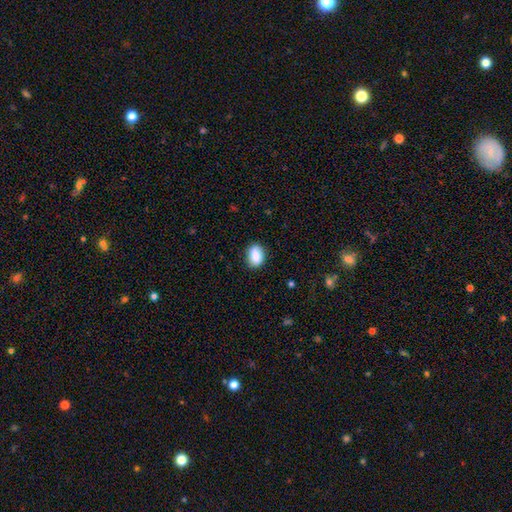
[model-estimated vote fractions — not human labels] Overall: smooth (83%). How rounded: in between (79%). Merging: none (86%).